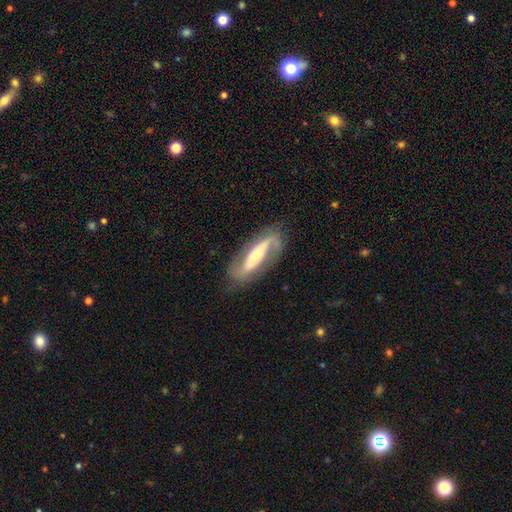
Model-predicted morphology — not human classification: Smooth or featured: featured or disk — 82% (smooth — 13%)
Edge-on disk: no — 84% (yes — 16%)
Bar: strong — 58% (weak — 24%)
Spiral arms: yes — 91% (no — 9%)
Spiral winding: loose — 40% (medium — 37%)
Spiral arm count: 2 — 86% (can't tell — 6%)
Bulge size: moderate — 54% (small — 37%)
Merging: none — 79% (minor disturbance — 14%)